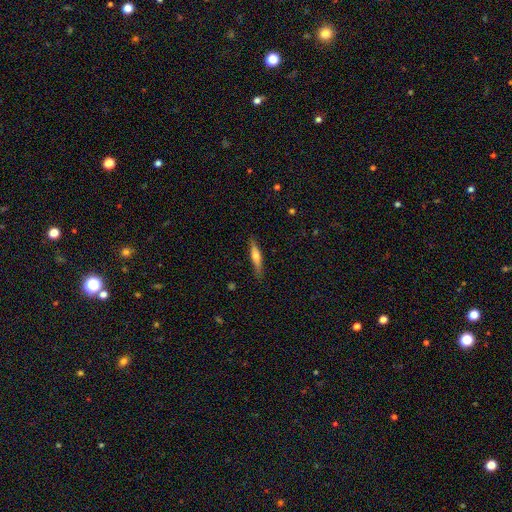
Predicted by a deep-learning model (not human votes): A smooth galaxy with no disk features (51%) that is cigar-shaped (84%).

Vote fractions:
- Smooth or featured? smooth: 51% / featured or disk: 43% / star or artifact: 6%
- How rounded? cigar-shaped: 84% / in between: 14% / round: 2%
- Merging? none: 85% / minor disturbance: 12% / major disturbance: 2% / merger: 1%